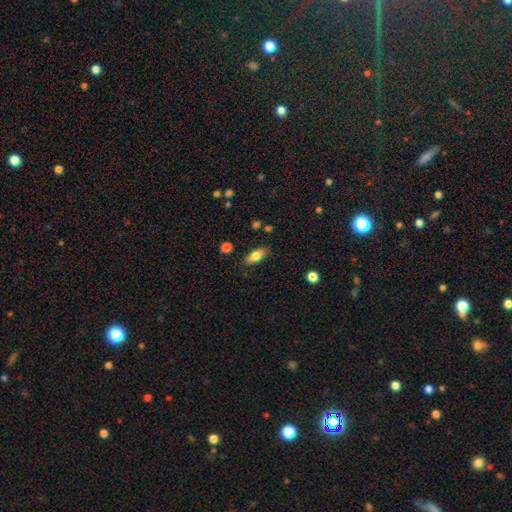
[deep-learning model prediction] A smooth galaxy with no disk features (77%) that is in between round and cigar-shaped (82%).

Vote fractions:
- Smooth or featured? smooth: 77% / featured or disk: 16% / star or artifact: 7%
- How rounded? in between: 82% / cigar-shaped: 15% / round: 3%
- Merging? none: 85% / minor disturbance: 11% / major disturbance: 2% / merger: 2%